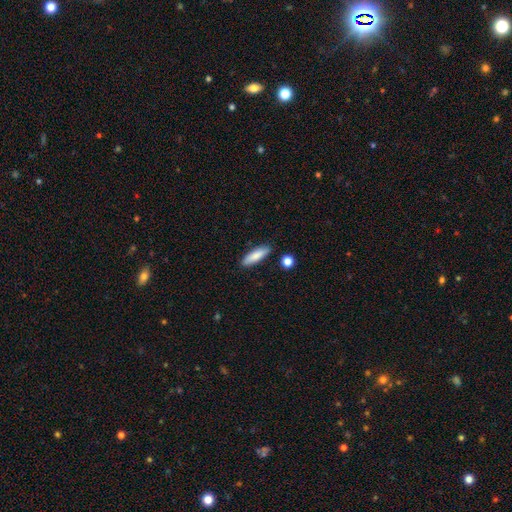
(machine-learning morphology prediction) This is clearly a smooth galaxy (83%). How rounded: possibly cigar-shaped (58%). Merging: clearly none (86%).